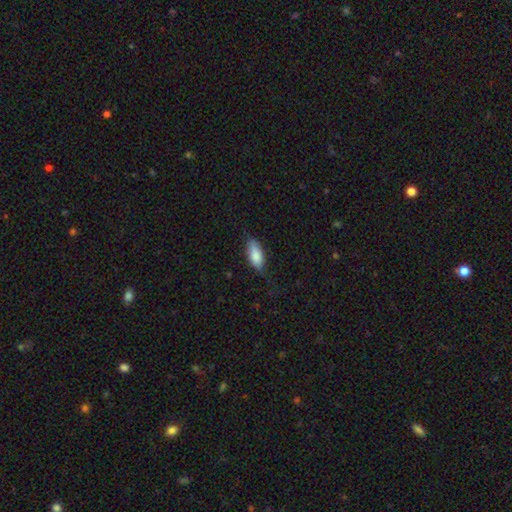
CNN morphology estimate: A smooth galaxy with no disk features (83%) that is in between round and cigar-shaped (82%).

Vote fractions:
- Smooth or featured? smooth: 83% / featured or disk: 11% / star or artifact: 6%
- How rounded? in between: 82% / cigar-shaped: 16% / round: 2%
- Merging? none: 68% / minor disturbance: 26% / major disturbance: 5% / merger: 1%